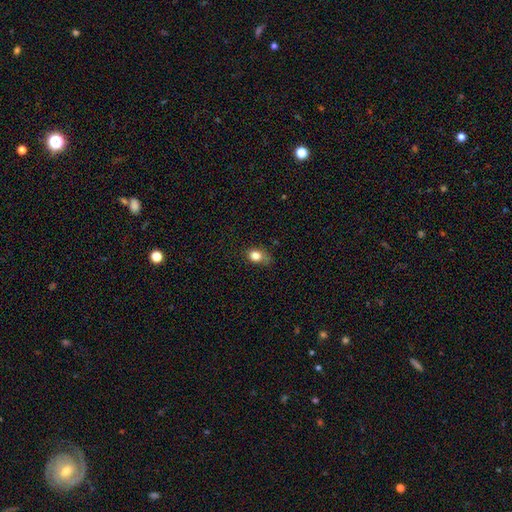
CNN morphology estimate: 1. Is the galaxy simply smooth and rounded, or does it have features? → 82% smooth, 11% star or artifact, 7% featured or disk.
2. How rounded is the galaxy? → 50% round, 49% in between, 1% cigar-shaped.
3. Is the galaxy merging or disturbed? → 59% none, 30% minor disturbance, 9% major disturbance, 2% merger.